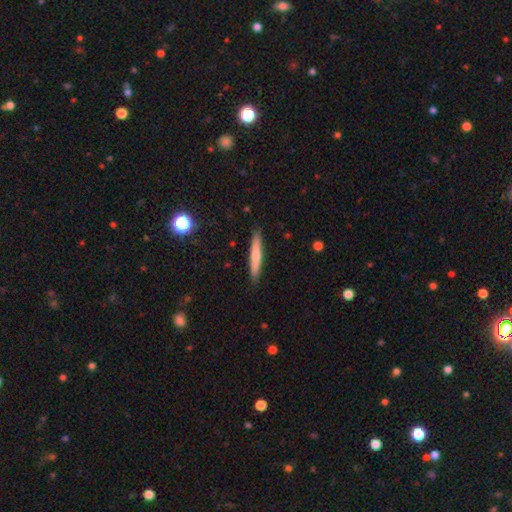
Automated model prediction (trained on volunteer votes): smooth-or-featured: smooth: 64% | featured or disk: 30% | star or artifact: 6%
  how-rounded: cigar-shaped: 94% | in between: 5% | round: 1%
  merging: none: 90% | minor disturbance: 8% | major disturbance: 1% | merger: 1%